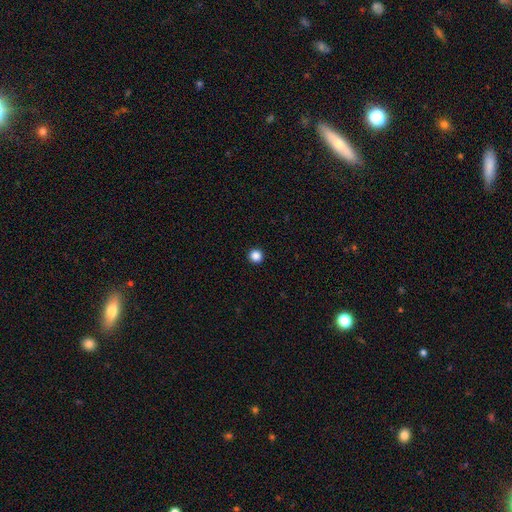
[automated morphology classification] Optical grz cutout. It shows a smooth galaxy with no disk features (87%) that is round (96%). Merging: none (94%).